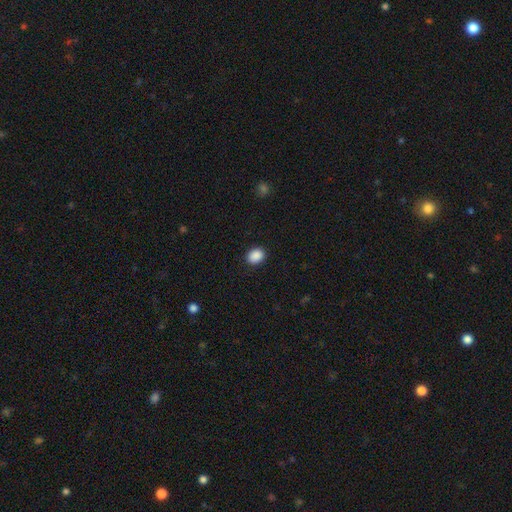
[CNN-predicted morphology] Q: Smooth or featured?
A: smooth (90%); runner-up: star or artifact (8%)
Q: How rounded?
A: in between (56%); runner-up: round (43%)
Q: Merging?
A: none (90%); runner-up: minor disturbance (7%)